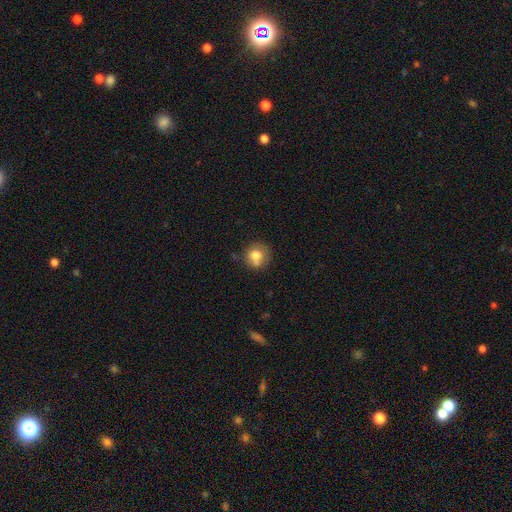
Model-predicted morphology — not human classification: Smooth or featured? smooth (72%)
How rounded? round (84%)
Merging? none (58%)